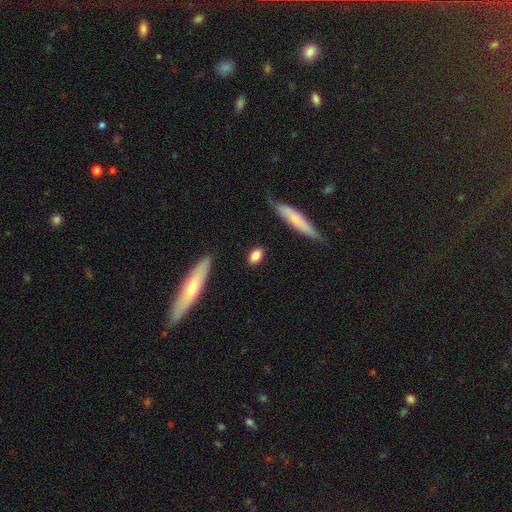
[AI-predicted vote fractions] Overall: smooth (83%). How rounded: in between (78%). Merging: none (84%).